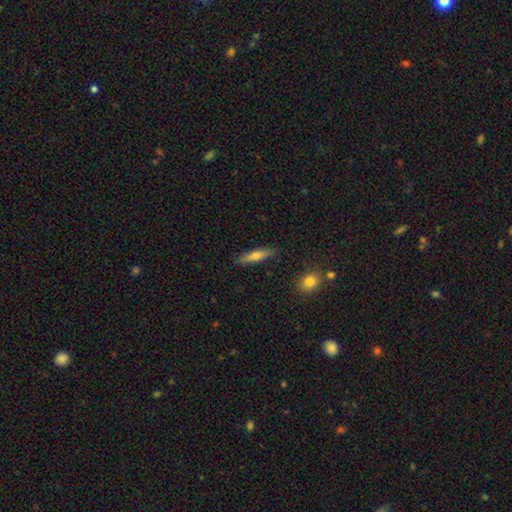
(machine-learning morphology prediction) Smooth or featured: smooth — 66% (featured or disk — 28%)
How rounded: cigar-shaped — 81% (in between — 17%)
Merging: none — 86% (minor disturbance — 10%)